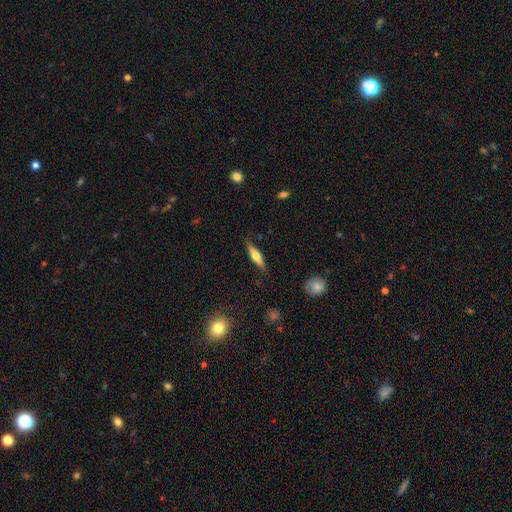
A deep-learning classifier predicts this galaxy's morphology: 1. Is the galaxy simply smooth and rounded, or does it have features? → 48% featured or disk, 46% smooth, 6% star or artifact.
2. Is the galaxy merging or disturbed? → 86% none, 10% minor disturbance, 2% major disturbance, 1% merger.